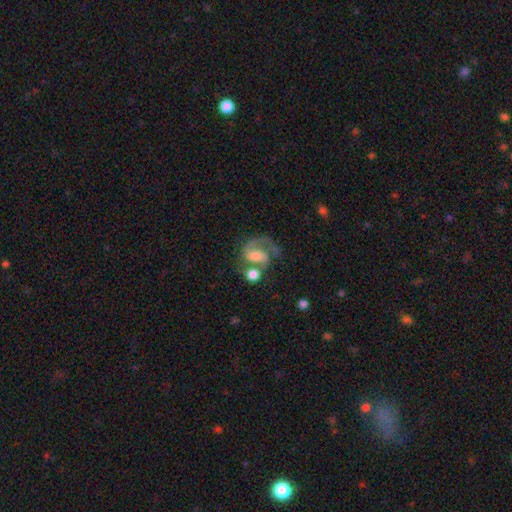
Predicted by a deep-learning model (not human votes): smooth-or-featured: featured or disk: 72% | smooth: 20% | star or artifact: 8%
  disk-edge-on: no: 98% | yes: 2%
    bar: weak: 43% | no: 38% | strong: 19%
    has-spiral-arms: yes: 91% | no: 9%
      spiral-winding: medium: 50% | loose: 27% | tight: 23%
      spiral-arm-count: 2: 48% | 1: 44% | can't tell: 5% | 3: 1% | 4: 1% | more than 4: 1%
    bulge-size: moderate: 42% | small: 30% | none: 13% | large: 12% | dominant: 2%
  merging: none: 35% | merger: 31% | major disturbance: 20% | minor disturbance: 14%